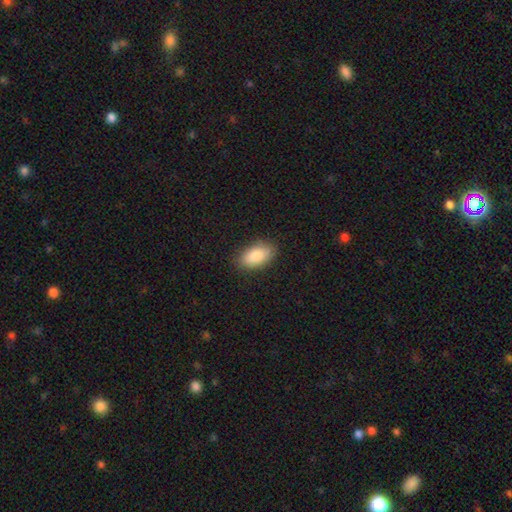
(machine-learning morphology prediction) smooth-or-featured: smooth: 87% | featured or disk: 7% | star or artifact: 6%
  how-rounded: in between: 93% | cigar-shaped: 4% | round: 3%
  merging: none: 87% | minor disturbance: 10% | major disturbance: 2% | merger: 1%